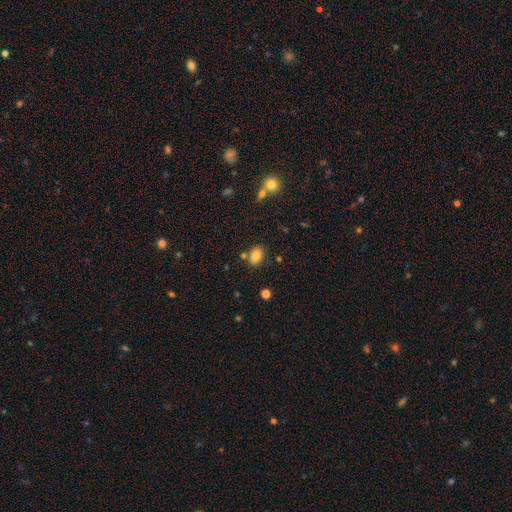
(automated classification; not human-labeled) Smooth or featured? Predicted: smooth (p=0.81). How rounded? Predicted: in between (p=0.80). Merging? Predicted: none (p=0.79).